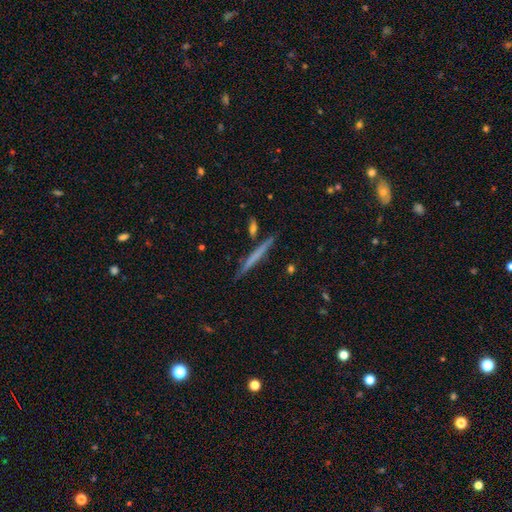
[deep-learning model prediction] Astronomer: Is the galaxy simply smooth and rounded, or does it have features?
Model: smooth — 48% (runner-up: featured or disk, 46%).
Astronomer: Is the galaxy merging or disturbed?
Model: none — 88%.